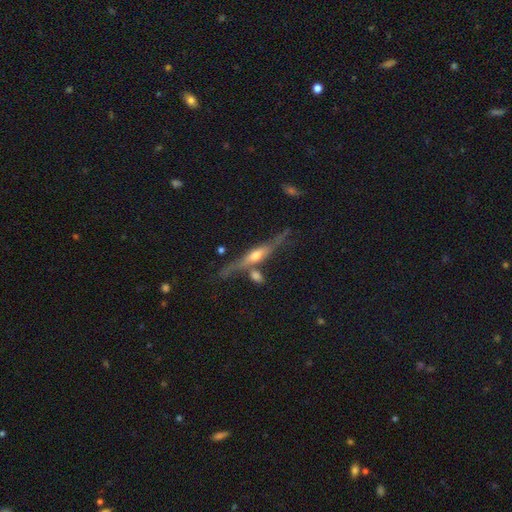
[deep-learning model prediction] featured or disk 72%, smooth 21%, star or artifact 7%. Down the decision tree: edge-on disk — yes (90%); edge-on bulge — rounded (84%); merging — none (62%).